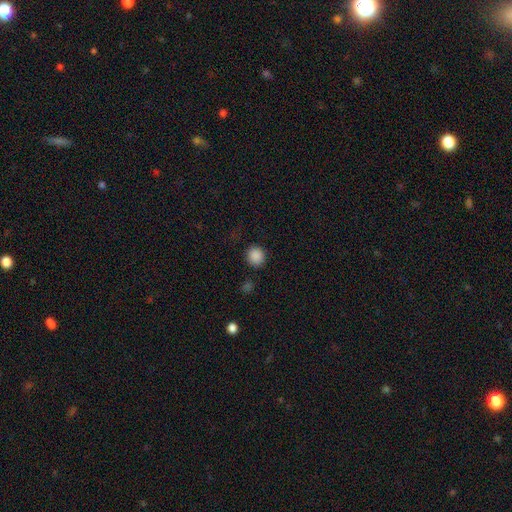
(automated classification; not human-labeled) smooth-or-featured: smooth: 87% | star or artifact: 11% | featured or disk: 3%
  how-rounded: round: 88% | in between: 11% | cigar-shaped: 1%
  merging: none: 87% | minor disturbance: 8% | major disturbance: 3% | merger: 2%